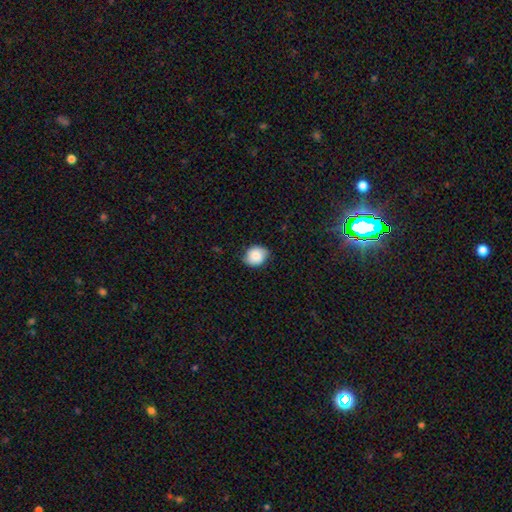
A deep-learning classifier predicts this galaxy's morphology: smooth-or-featured: smooth: 77% | featured or disk: 14% | star or artifact: 8%
  how-rounded: round: 60% | in between: 39% | cigar-shaped: 1%
  merging: none: 76% | minor disturbance: 19% | major disturbance: 4% | merger: 1%